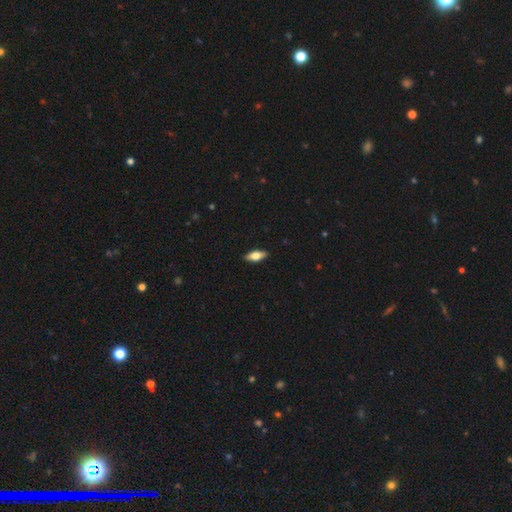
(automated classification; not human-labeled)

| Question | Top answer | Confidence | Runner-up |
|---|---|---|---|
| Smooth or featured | smooth | 62% | featured or disk (31%) |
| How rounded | in between | 75% | cigar-shaped (22%) |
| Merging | none | 90% | minor disturbance (8%) |